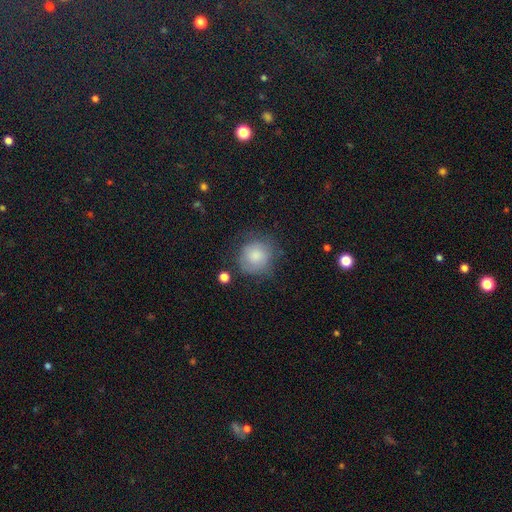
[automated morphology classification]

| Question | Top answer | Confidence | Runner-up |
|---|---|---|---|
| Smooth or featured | smooth | 78% | featured or disk (14%) |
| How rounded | round | 86% | in between (13%) |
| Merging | none | 62% | minor disturbance (24%) |